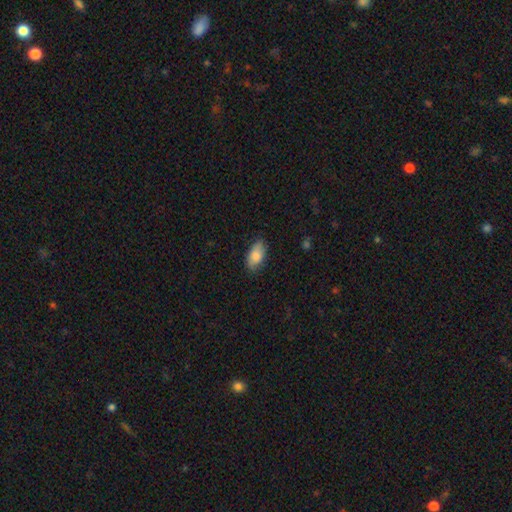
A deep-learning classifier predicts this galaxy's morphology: Smooth or featured?
  - smooth: 83% *
  - featured or disk: 10%
  - star or artifact: 6%
How rounded?
  - in between: 92% *
  - cigar-shaped: 4%
  - round: 4%
Merging?
  - none: 79% *
  - minor disturbance: 17%
  - major disturbance: 3%
  - merger: 1%